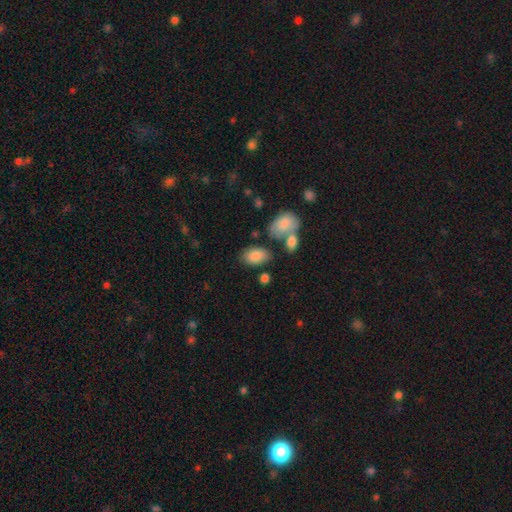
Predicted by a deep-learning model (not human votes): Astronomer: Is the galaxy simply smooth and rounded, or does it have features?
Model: smooth — 82%.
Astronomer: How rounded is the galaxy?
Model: in between — 92%.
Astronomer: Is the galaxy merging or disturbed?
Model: none — 68%.